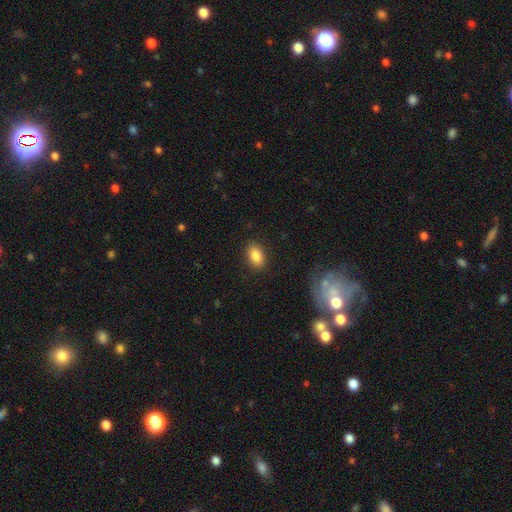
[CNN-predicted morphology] Smooth or featured? Predicted: smooth (p=0.86). How rounded? Predicted: in between (p=0.86). Merging? Predicted: none (p=0.88).